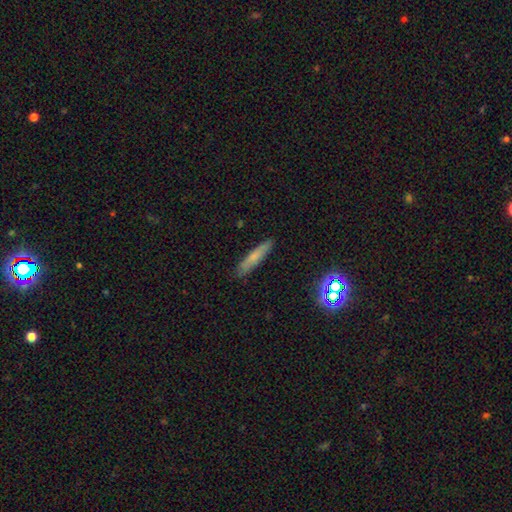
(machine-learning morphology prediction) This appears to be a smooth galaxy with no disk features (69%) that is cigar-shaped (88%). Merging: none (86%).